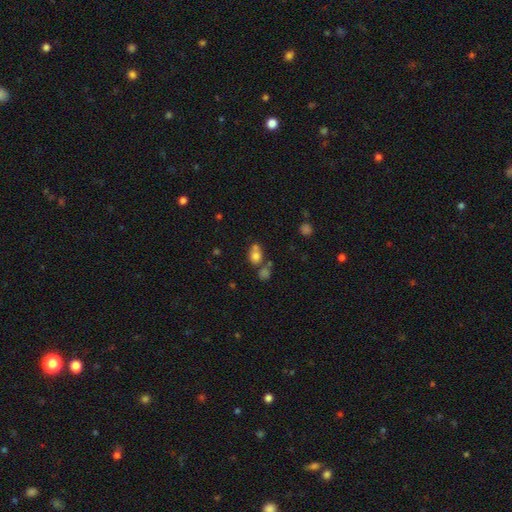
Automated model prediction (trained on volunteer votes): smooth 74%, featured or disk 14%, star or artifact 13%. Down the decision tree: how rounded — round (50%); merging — merger (40%).